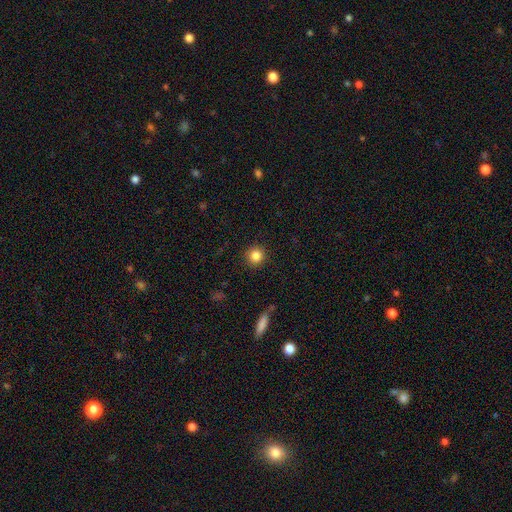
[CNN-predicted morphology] Smooth or featured?
  - smooth: 85% *
  - star or artifact: 10%
  - featured or disk: 5%
How rounded?
  - round: 94% *
  - in between: 5%
  - cigar-shaped: 1%
Merging?
  - none: 91% *
  - minor disturbance: 6%
  - major disturbance: 2%
  - merger: 1%